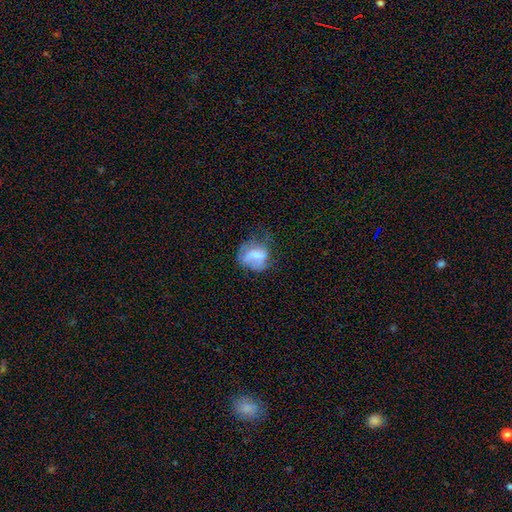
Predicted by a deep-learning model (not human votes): Morphology: type=smooth (55%); roundness=round (53%); merging=none (38%).